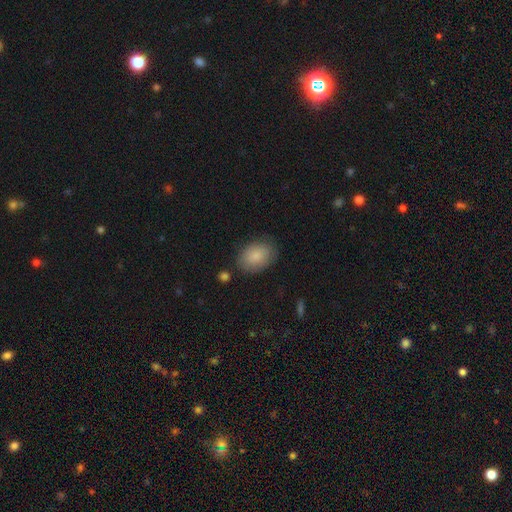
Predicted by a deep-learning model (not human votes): This appears to be a smooth galaxy with no disk features (85%) that is in between round and cigar-shaped (81%). Merging: none (78%).